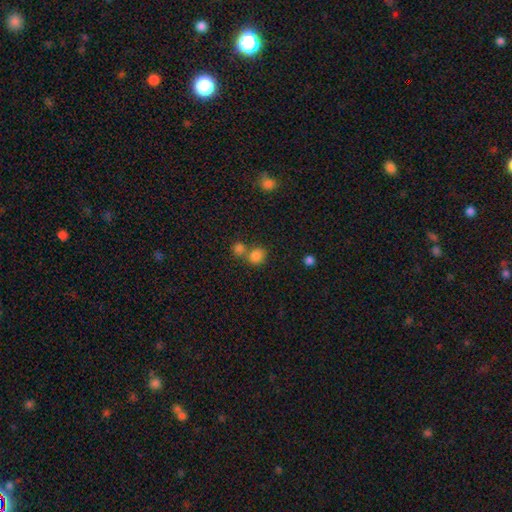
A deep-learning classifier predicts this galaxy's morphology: smooth-or-featured: smooth: 81% | star or artifact: 13% | featured or disk: 6%
  how-rounded: round: 78% | in between: 21% | cigar-shaped: 1%
  merging: none: 51% | merger: 38% | minor disturbance: 8% | major disturbance: 3%